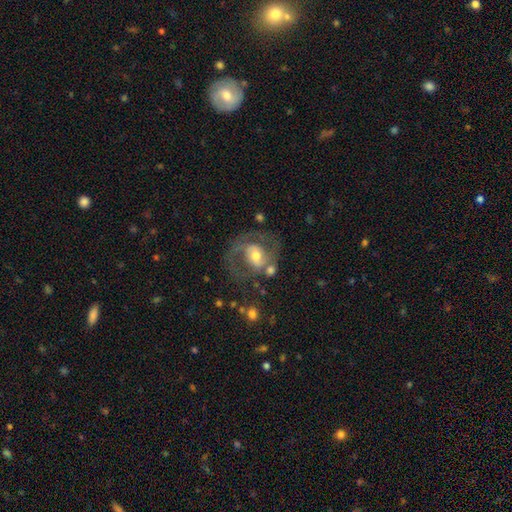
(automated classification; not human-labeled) The model was most divided on "bar" (2-way tie): no: 41%, weak: 41%, strong: 19%. More confident: edge-on disk — no (96%); spiral arms — yes (75%); smooth or featured — featured or disk (68%); bulge size — moderate (66%); merging — none (53%).